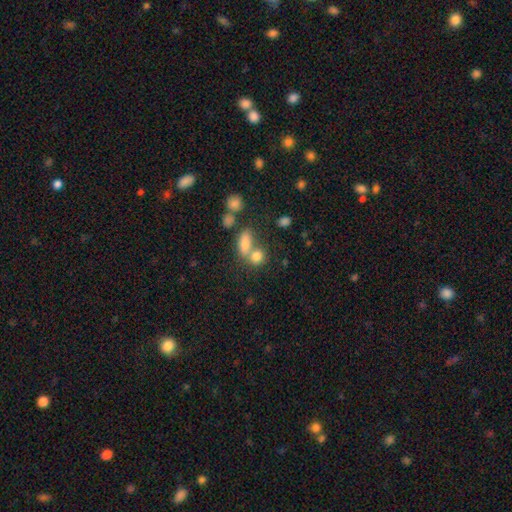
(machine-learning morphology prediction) This appears to be a smooth galaxy with no disk features (77%) that is in between round and cigar-shaped (53%). Merging: merger (49%).